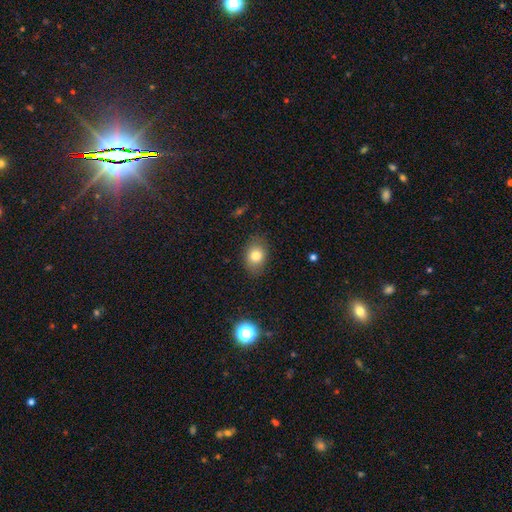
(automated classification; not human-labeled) Smooth or featured? smooth (80%)
How rounded? in between (68%)
Merging? none (83%)